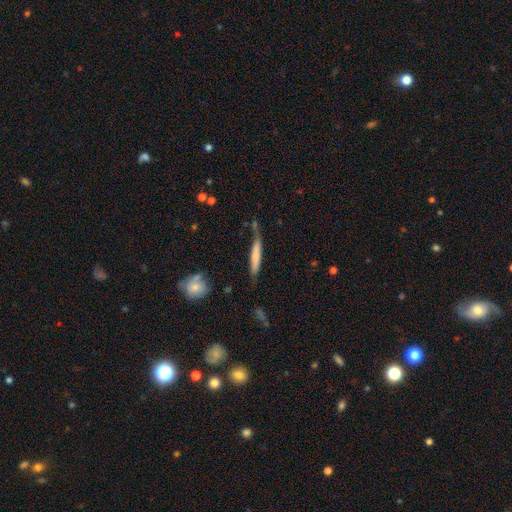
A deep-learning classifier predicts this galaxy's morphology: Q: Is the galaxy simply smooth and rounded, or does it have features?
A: smooth — 68%.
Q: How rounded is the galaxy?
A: cigar-shaped — 92%.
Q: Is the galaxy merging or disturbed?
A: none — 59%.